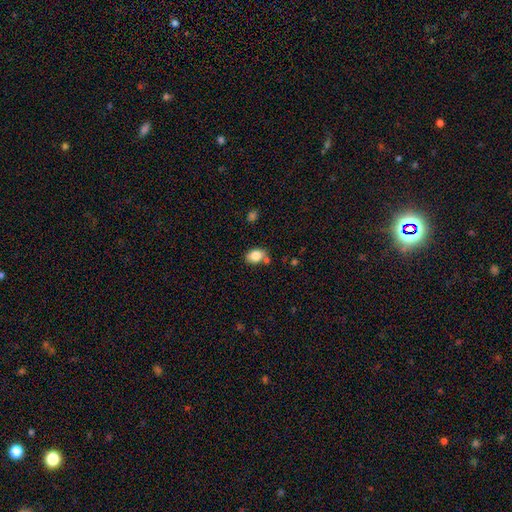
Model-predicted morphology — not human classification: Overall: smooth (83%). How rounded: in between (76%). Merging: none (68%).